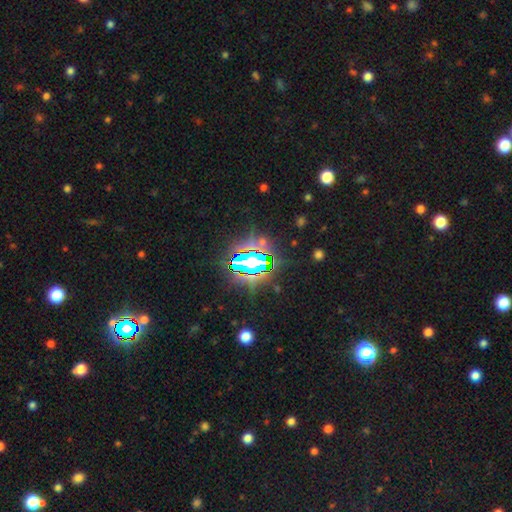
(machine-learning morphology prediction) type=star or artifact (81%).